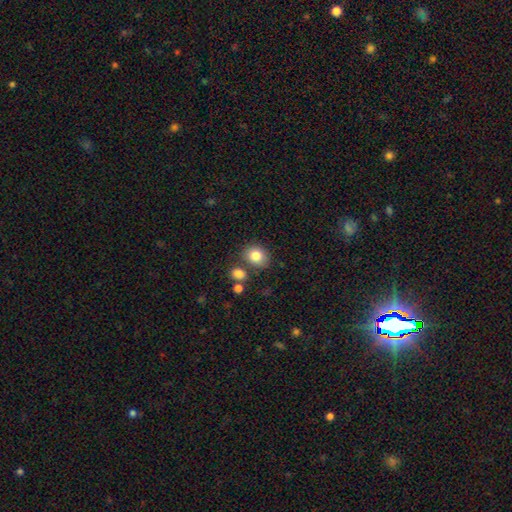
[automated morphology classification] A smooth galaxy with no disk features (83%) that is round (62%).

Vote fractions:
- Smooth or featured? smooth: 83% / star or artifact: 10% / featured or disk: 8%
- How rounded? round: 62% / in between: 37% / cigar-shaped: 1%
- Merging? none: 74% / merger: 12% / minor disturbance: 11% / major disturbance: 3%